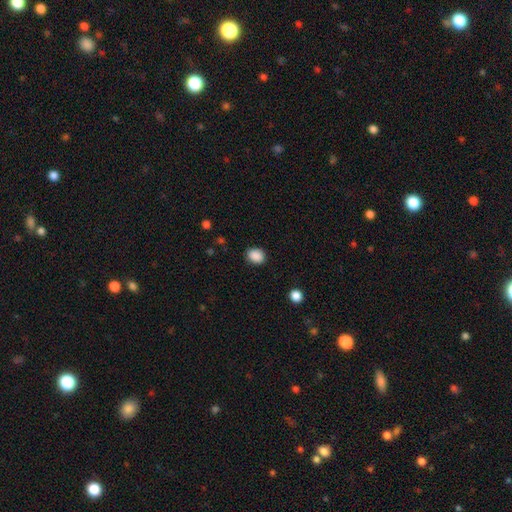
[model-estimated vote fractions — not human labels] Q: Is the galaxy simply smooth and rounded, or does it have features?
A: smooth — 89%.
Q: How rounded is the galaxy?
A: round — 50%.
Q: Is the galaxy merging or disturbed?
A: none — 87%.